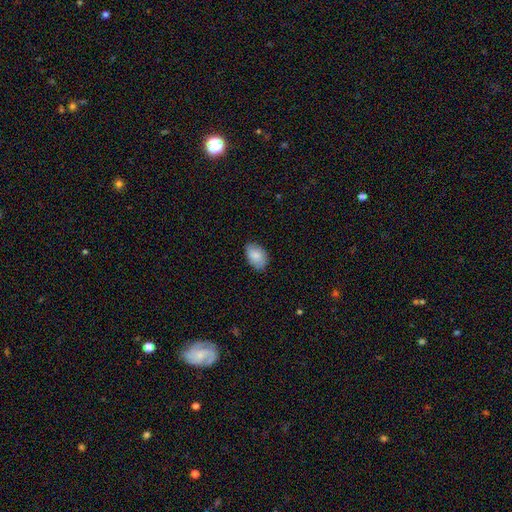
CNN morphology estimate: Smooth or featured: smooth — 85% (featured or disk — 9%)
How rounded: in between — 90% (round — 9%)
Merging: none — 81% (minor disturbance — 16%)